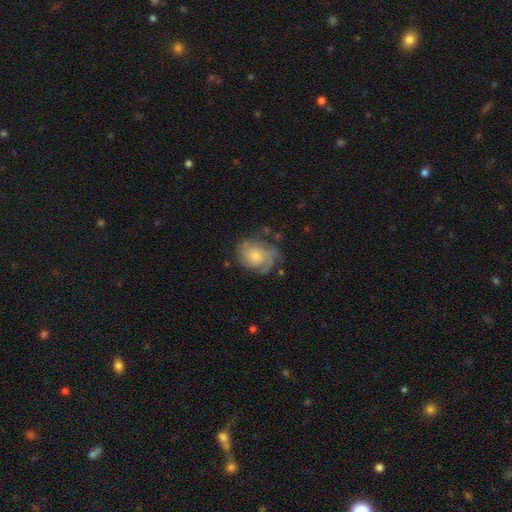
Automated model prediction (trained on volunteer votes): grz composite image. It shows a featured or disk galaxy (74%) with no bar (78%), tight (56%) spiral arms (91%) and a small central bulge (58%). Merging: none (64%).